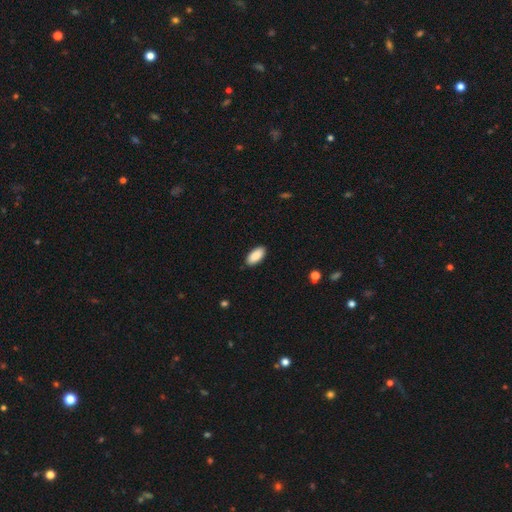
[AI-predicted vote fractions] smooth_or_featured: smooth (p=0.89) [alt: star or artifact p=0.06]
how_rounded: in between (p=0.92) [alt: cigar-shaped p=0.07]
merging: none (p=0.89) [alt: minor disturbance p=0.08]